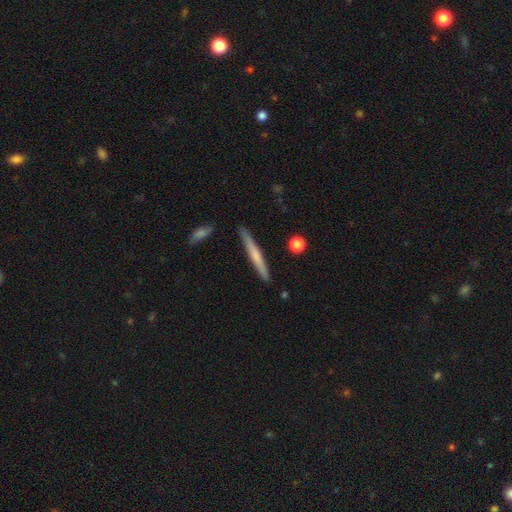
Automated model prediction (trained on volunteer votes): smooth_or_featured: smooth (p=0.55) [alt: featured or disk p=0.39]
how_rounded: cigar-shaped (p=0.96) [alt: in between p=0.02]
merging: none (p=0.89) [alt: minor disturbance p=0.08]